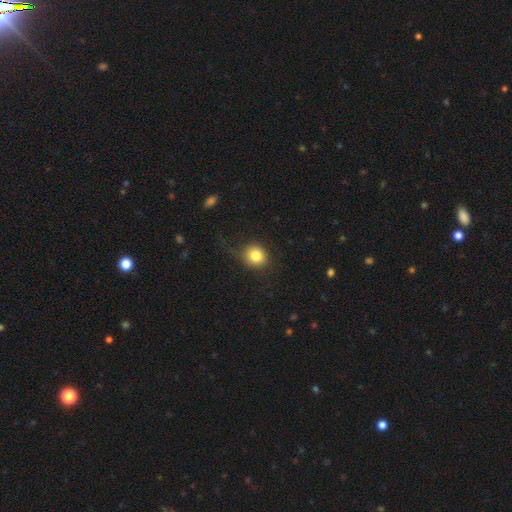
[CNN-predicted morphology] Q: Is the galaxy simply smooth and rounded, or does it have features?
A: smooth — 80%.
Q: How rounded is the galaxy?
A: round — 83%.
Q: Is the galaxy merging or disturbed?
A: none — 72%.